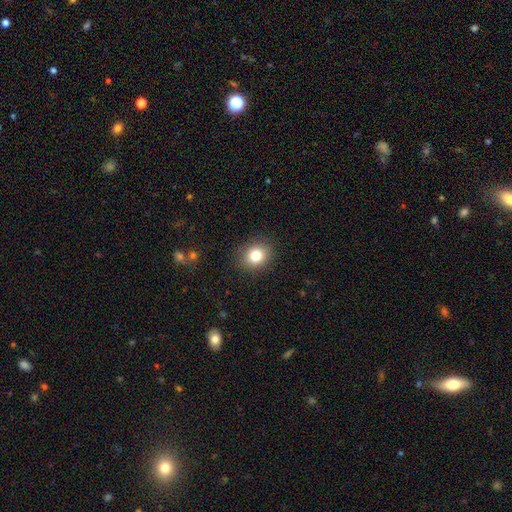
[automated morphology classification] smooth_or_featured: smooth (p=0.82) [alt: star or artifact p=0.11]
how_rounded: round (p=0.67) [alt: in between p=0.32]
merging: none (p=0.88) [alt: minor disturbance p=0.08]